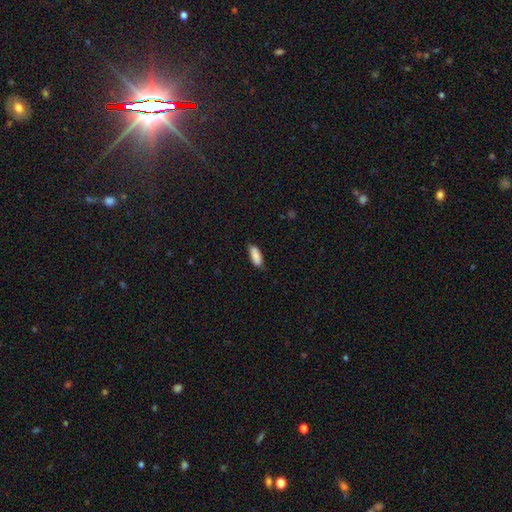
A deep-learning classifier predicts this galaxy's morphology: Smooth or featured: smooth — 87% (featured or disk — 7%)
How rounded: in between — 78% (cigar-shaped — 20%)
Merging: none — 77% (minor disturbance — 19%)